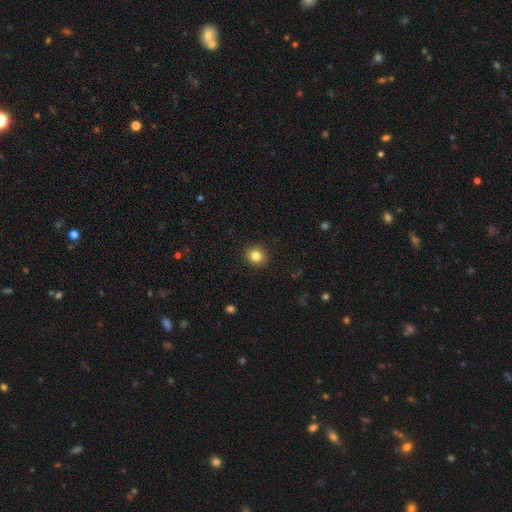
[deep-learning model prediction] Smooth or featured?
  - smooth: 83% *
  - star or artifact: 11%
  - featured or disk: 6%
How rounded?
  - round: 84% *
  - in between: 15%
  - cigar-shaped: 1%
Merging?
  - none: 91% *
  - minor disturbance: 6%
  - major disturbance: 2%
  - merger: 1%